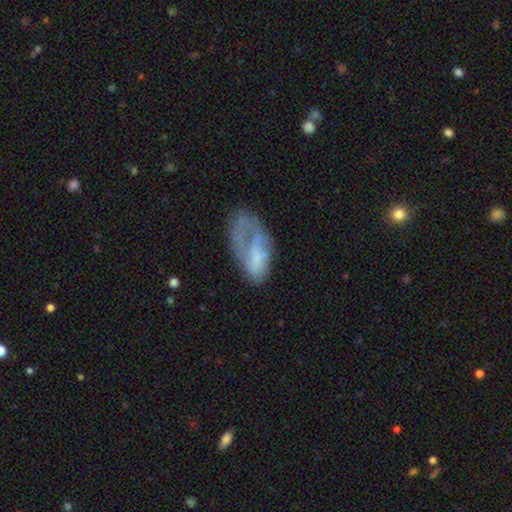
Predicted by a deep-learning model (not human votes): A featured or disk galaxy (46%, tied with smooth).

Vote fractions:
- Smooth or featured? featured or disk: 46% (tied) / smooth: 46% (tied) / star or artifact: 8%
- Merging? major disturbance: 36% / none: 32% / minor disturbance: 27% / merger: 5%